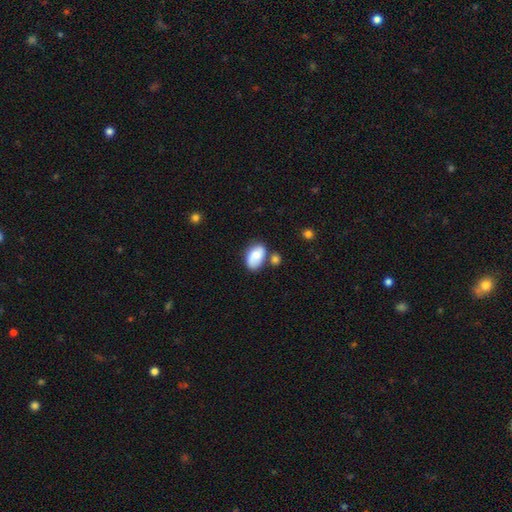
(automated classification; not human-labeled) A smooth galaxy with no disk features (76%) that is in between round and cigar-shaped (92%).

Vote fractions:
- Smooth or featured? smooth: 76% / featured or disk: 17% / star or artifact: 7%
- How rounded? in between: 92% / round: 7% / cigar-shaped: 1%
- Merging? none: 54% / minor disturbance: 22% / merger: 18% / major disturbance: 6%